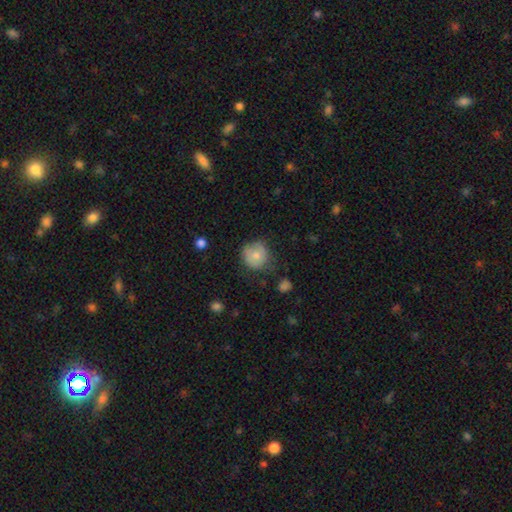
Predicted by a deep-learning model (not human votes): Smooth or featured? Predicted: smooth (p=0.76). How rounded? Predicted: round (p=0.86). Merging? Predicted: none (p=0.62).